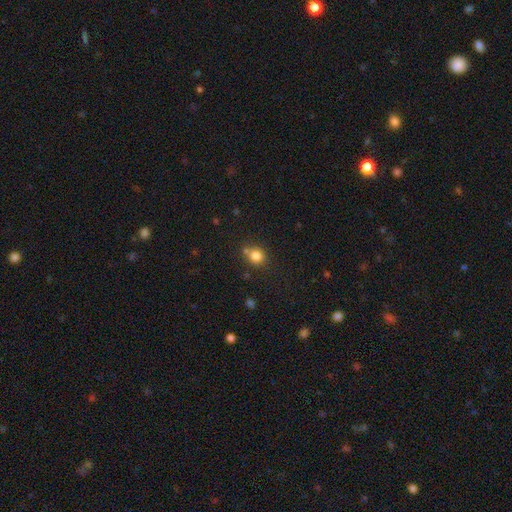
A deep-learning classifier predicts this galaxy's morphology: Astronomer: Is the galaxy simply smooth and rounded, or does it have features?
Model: smooth — 81%.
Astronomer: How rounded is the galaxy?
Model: round — 82%.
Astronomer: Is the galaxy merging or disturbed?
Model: none — 64%.